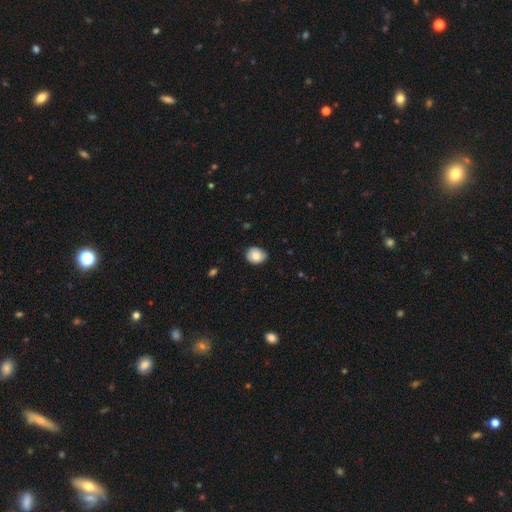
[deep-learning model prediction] smooth 84%, featured or disk 8%, star or artifact 8%. Down the decision tree: how rounded — round (60%); merging — none (77%).